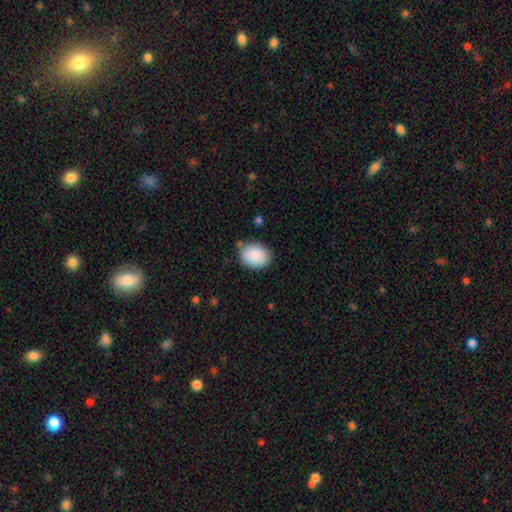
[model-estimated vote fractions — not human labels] Overall: smooth (89%). How rounded: in between (59%; round 40%). Merging: none (82%).